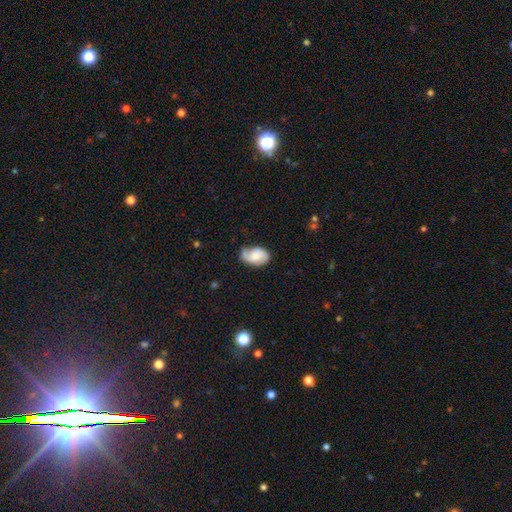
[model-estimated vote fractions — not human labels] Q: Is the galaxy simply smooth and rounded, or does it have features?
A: featured or disk — 50%.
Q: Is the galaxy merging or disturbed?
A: none — 62%.